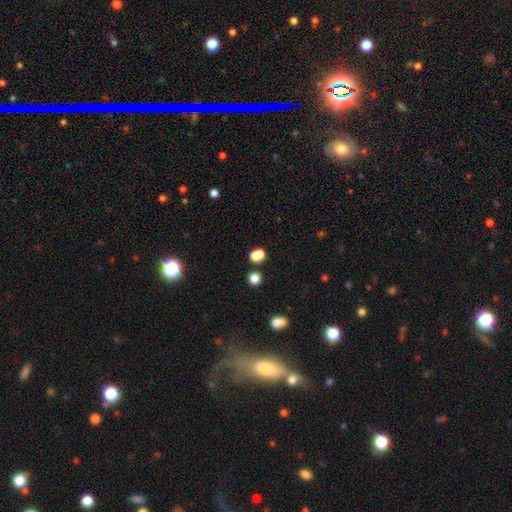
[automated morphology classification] smooth_or_featured: smooth (p=0.78) [alt: star or artifact p=0.15]
how_rounded: round (p=0.57) [alt: in between p=0.42]
merging: none (p=0.59) [alt: merger p=0.25]